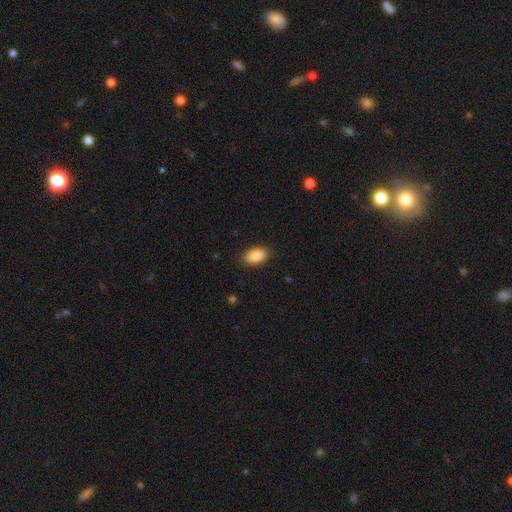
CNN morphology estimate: The model was most divided on "merging": none: 88%, minor disturbance: 9%, major disturbance: 2%, merger: 1%. More confident: how rounded — in between (93%); smooth or featured — smooth (89%).